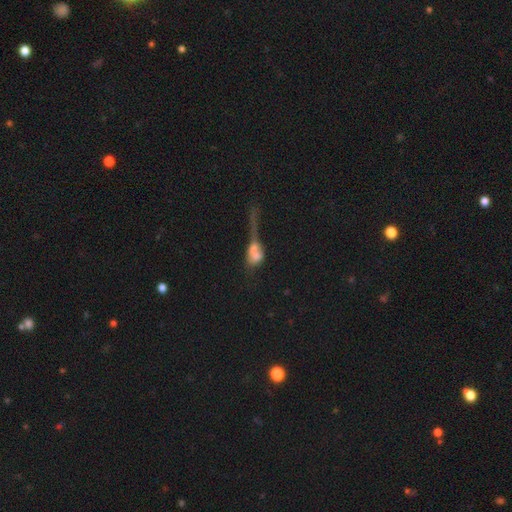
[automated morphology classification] smooth 55%, featured or disk 32%, star or artifact 12%. Down the decision tree: how rounded — in between (61%); merging — merger (52%).